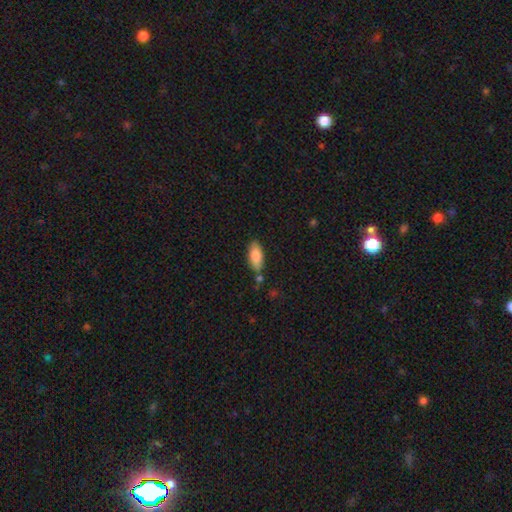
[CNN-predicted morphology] Smooth or featured: smooth — 82% (featured or disk — 12%)
How rounded: in between — 80% (cigar-shaped — 18%)
Merging: none — 74% (minor disturbance — 16%)